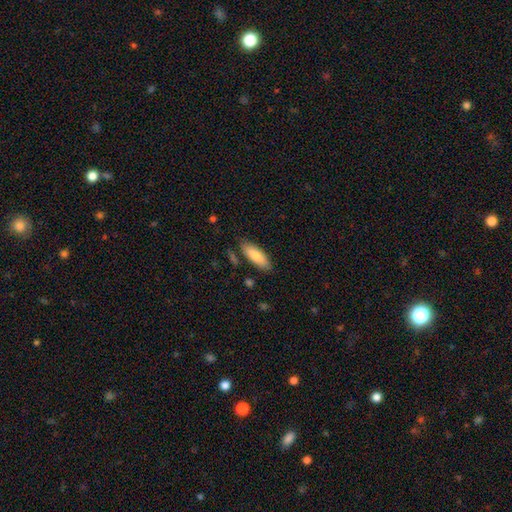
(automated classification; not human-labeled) smooth-or-featured: smooth: 83% | featured or disk: 11% | star or artifact: 6%
  how-rounded: in between: 65% | cigar-shaped: 33% | round: 2%
  merging: none: 81% | minor disturbance: 13% | merger: 3% | major disturbance: 3%